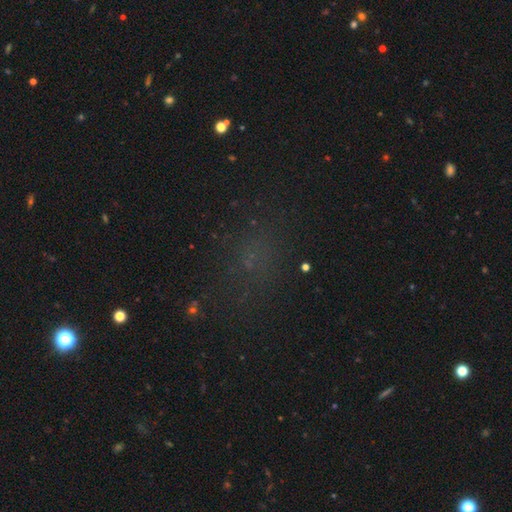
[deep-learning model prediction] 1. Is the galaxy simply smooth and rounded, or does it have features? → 44% smooth, 43% star or artifact, 12% featured or disk.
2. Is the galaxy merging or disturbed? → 72% none, 14% minor disturbance, 11% major disturbance, 3% merger.